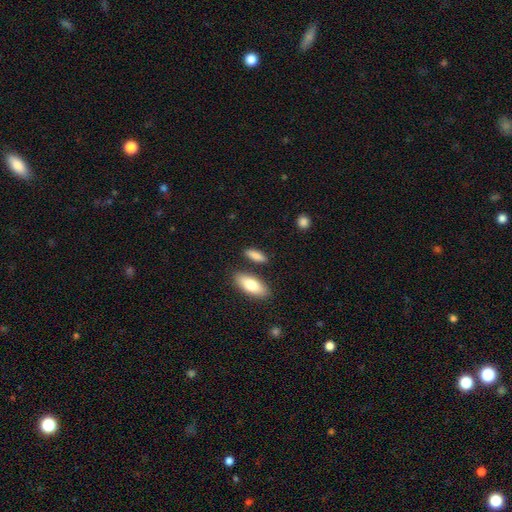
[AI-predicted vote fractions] Smooth or featured?
  - smooth: 85% *
  - featured or disk: 9%
  - star or artifact: 7%
How rounded?
  - in between: 61% *
  - cigar-shaped: 35%
  - round: 4%
Merging?
  - none: 77% *
  - minor disturbance: 12%
  - merger: 7%
  - major disturbance: 3%